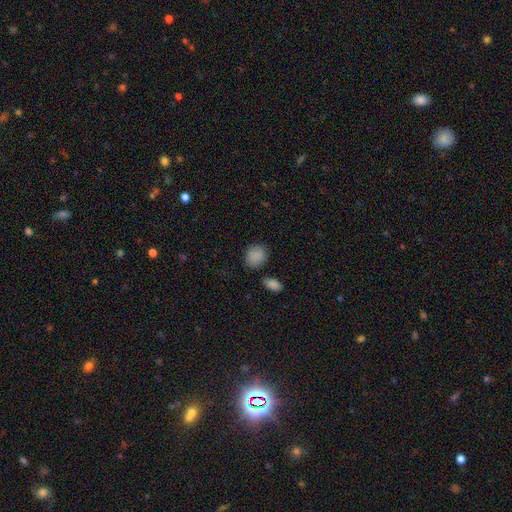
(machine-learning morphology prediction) Smooth or featured? Predicted: smooth (p=0.87). How rounded? Predicted: round (p=0.61). Merging? Predicted: none (p=0.79).